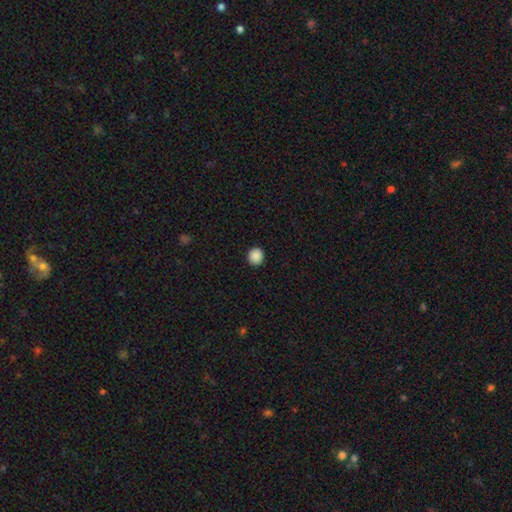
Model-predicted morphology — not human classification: smooth-or-featured: smooth: 89% | star or artifact: 9% | featured or disk: 3%
  how-rounded: round: 93% | in between: 7% | cigar-shaped: 1%
  merging: none: 93% | minor disturbance: 5% | major disturbance: 2% | merger: 1%